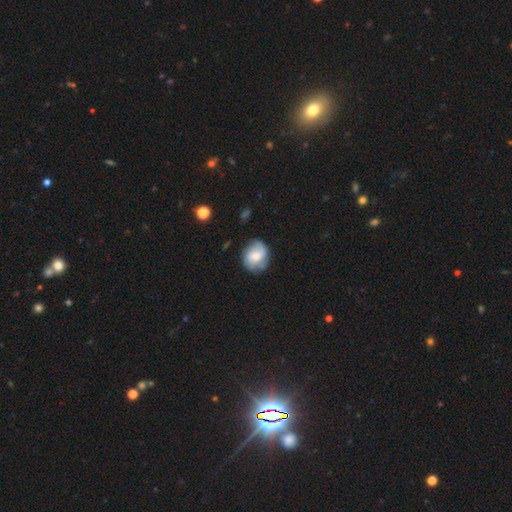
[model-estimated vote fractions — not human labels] smooth-or-featured: smooth: 50% | featured or disk: 42% | star or artifact: 8%
  how-rounded: round: 65% | in between: 34% | cigar-shaped: 1%
  merging: none: 71% | minor disturbance: 21% | major disturbance: 6% | merger: 2%